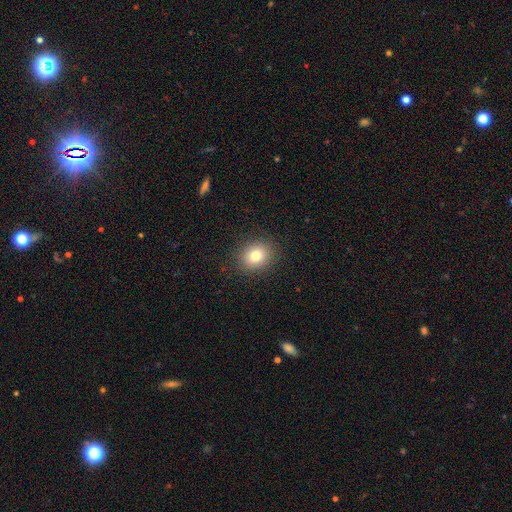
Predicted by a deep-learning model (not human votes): The model was most divided on "how rounded": round: 63%, in between: 36%, cigar-shaped: 1%. More confident: merging — none (89%); smooth or featured — smooth (79%).